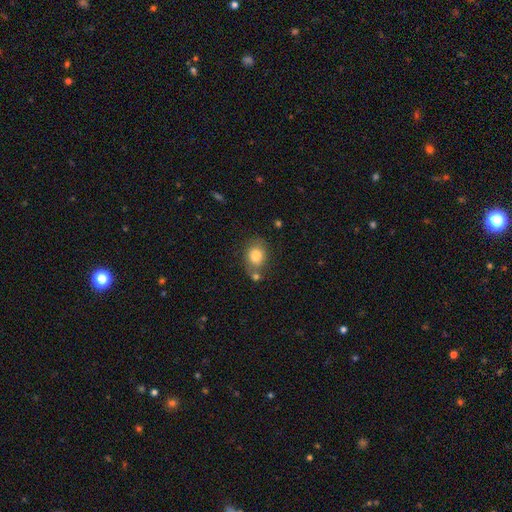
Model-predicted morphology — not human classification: Smooth or featured? smooth (81%)
How rounded? in between (52%)
Merging? none (53%)